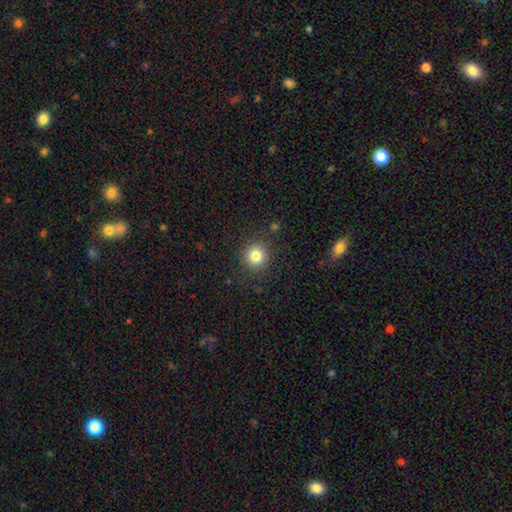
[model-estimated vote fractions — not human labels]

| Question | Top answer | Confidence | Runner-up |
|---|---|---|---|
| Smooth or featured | smooth | 83% | star or artifact (11%) |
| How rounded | round | 93% | in between (6%) |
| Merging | none | 89% | minor disturbance (7%) |